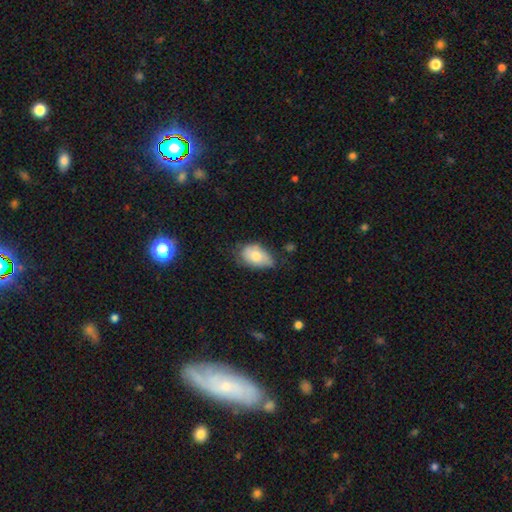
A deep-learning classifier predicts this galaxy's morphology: Smooth or featured? Predicted: smooth (p=0.72). How rounded? Predicted: in between (p=0.89). Merging? Predicted: none (p=0.47).